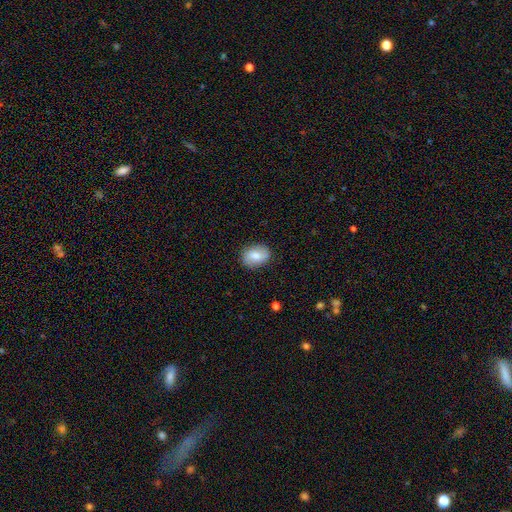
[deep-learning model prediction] Smooth or featured? Predicted: smooth (p=0.76). How rounded? Predicted: in between (p=0.70). Merging? Predicted: none (p=0.85).